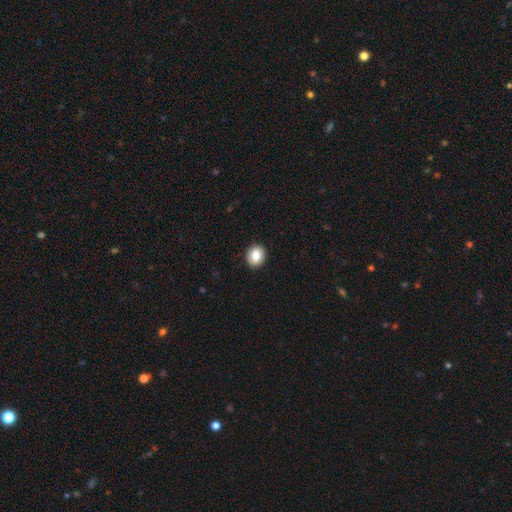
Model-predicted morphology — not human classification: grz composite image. It shows a smooth galaxy with no disk features (83%) that is round (67%). Merging: none (92%).